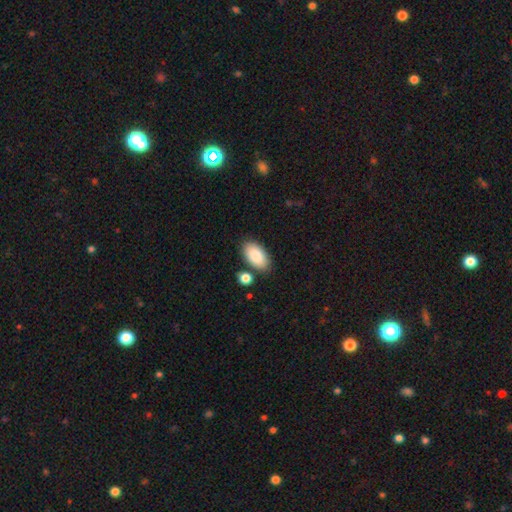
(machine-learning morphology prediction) Smooth or featured: smooth — 87% (featured or disk — 7%)
How rounded: in between — 95% (round — 3%)
Merging: none — 78% (minor disturbance — 11%)